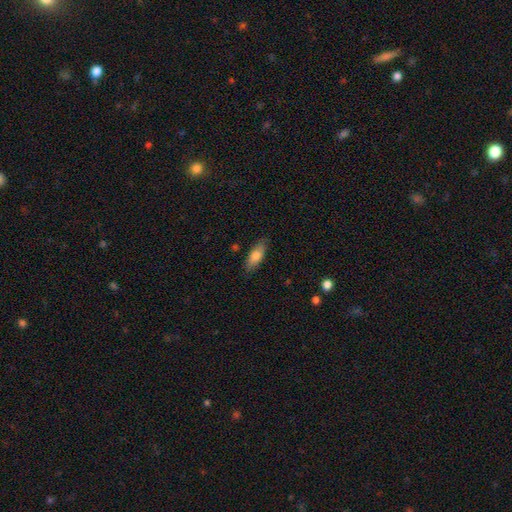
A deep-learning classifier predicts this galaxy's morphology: The model was most divided on "how rounded": in between: 67%, cigar-shaped: 31%, round: 2%. More confident: merging — none (82%); smooth or featured — smooth (76%).